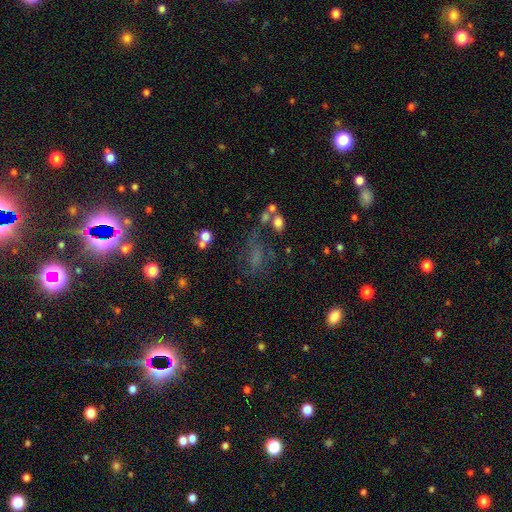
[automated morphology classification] The model was most divided on "smooth or featured": star or artifact: 40%, smooth: 35%, featured or disk: 25%.